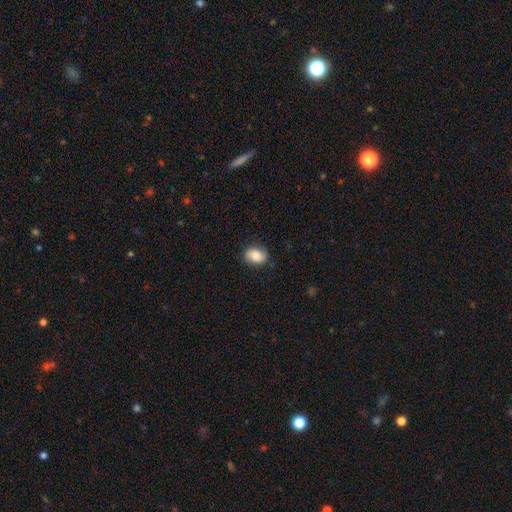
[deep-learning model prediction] A smooth galaxy with no disk features (63%) that is in between round and cigar-shaped (53%).

Vote fractions:
- Smooth or featured? smooth: 63% / featured or disk: 29% / star or artifact: 9%
- How rounded? in between: 53% / round: 46% / cigar-shaped: 1%
- Merging? none: 83% / minor disturbance: 13% / major disturbance: 3% / merger: 1%